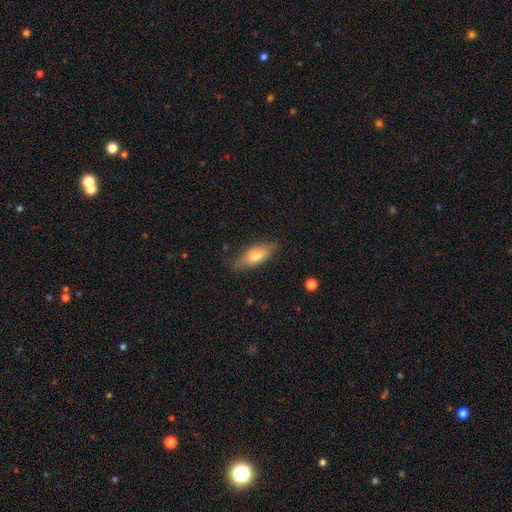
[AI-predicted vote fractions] Smooth or featured: smooth — 69% (featured or disk — 25%)
How rounded: in between — 71% (cigar-shaped — 26%)
Merging: none — 75% (minor disturbance — 19%)